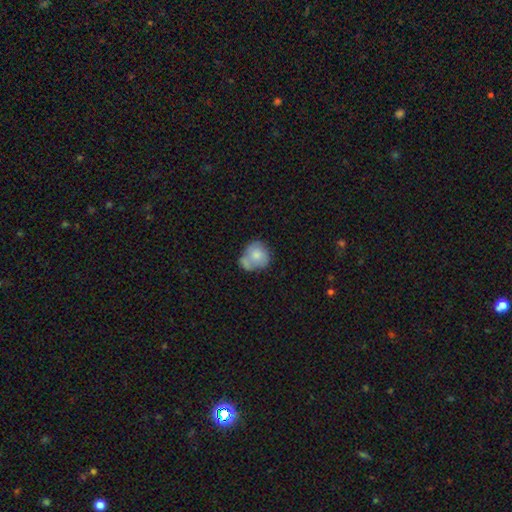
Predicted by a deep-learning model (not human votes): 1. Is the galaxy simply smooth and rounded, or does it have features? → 72% smooth, 21% featured or disk, 7% star or artifact.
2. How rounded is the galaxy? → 74% round, 25% in between, 1% cigar-shaped.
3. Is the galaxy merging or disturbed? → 39% merger, 34% none, 20% minor disturbance, 8% major disturbance.